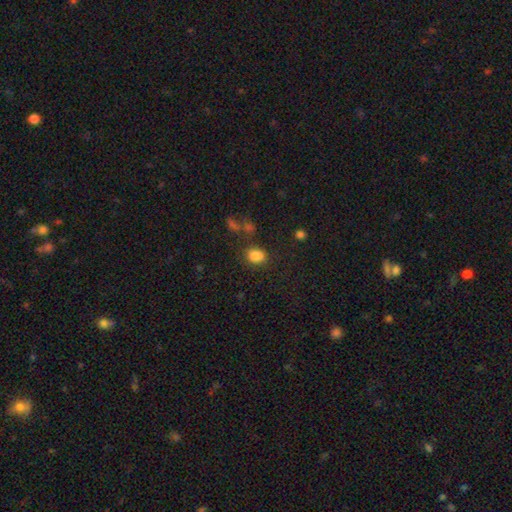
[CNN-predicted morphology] Smooth or featured: smooth — 82% (star or artifact — 13%)
How rounded: in between — 61% (round — 37%)
Merging: none — 69% (minor disturbance — 15%)